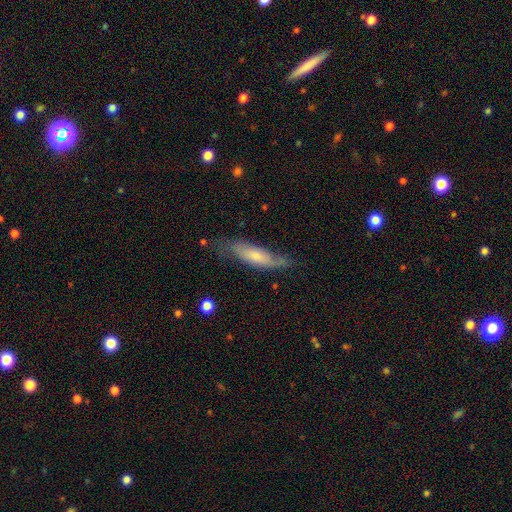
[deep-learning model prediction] A smooth galaxy with no disk features (48%).

Vote fractions:
- Smooth or featured? smooth: 48% / featured or disk: 45% / star or artifact: 7%
- Merging? none: 59% / minor disturbance: 28% / major disturbance: 11% / merger: 2%